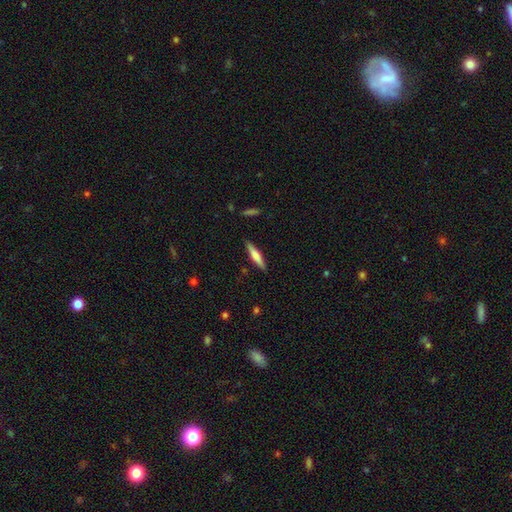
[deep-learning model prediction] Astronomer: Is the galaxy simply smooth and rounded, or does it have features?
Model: smooth — 57% (runner-up: featured or disk, 38%).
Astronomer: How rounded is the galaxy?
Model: cigar-shaped — 86%.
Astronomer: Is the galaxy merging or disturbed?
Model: none — 89%.